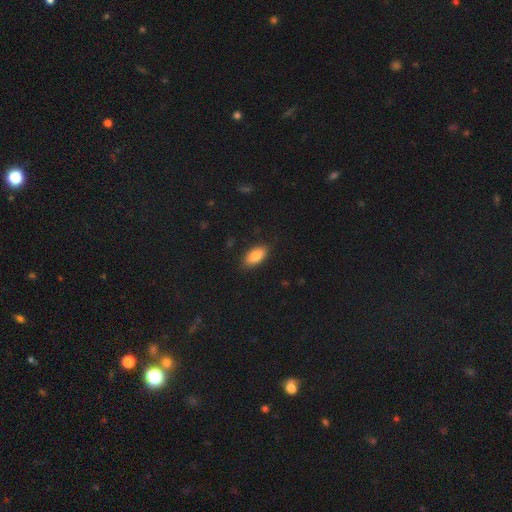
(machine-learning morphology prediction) Smooth or featured?
  - smooth: 86% *
  - featured or disk: 8%
  - star or artifact: 7%
How rounded?
  - in between: 88% *
  - cigar-shaped: 9%
  - round: 3%
Merging?
  - none: 86% *
  - minor disturbance: 11%
  - major disturbance: 2%
  - merger: 1%